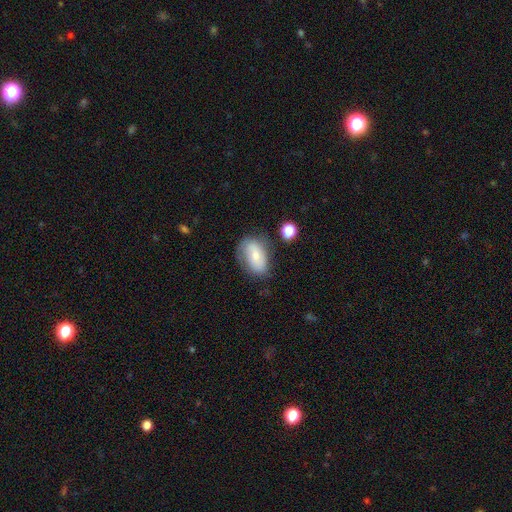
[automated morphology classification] Smooth or featured?
  - smooth: 61% *
  - featured or disk: 31%
  - star or artifact: 9%
How rounded?
  - in between: 86% *
  - round: 13%
  - cigar-shaped: 2%
Merging?
  - none: 64% *
  - minor disturbance: 24%
  - major disturbance: 8%
  - merger: 4%